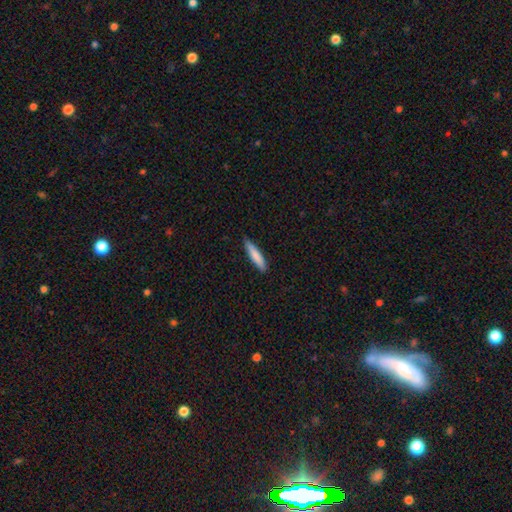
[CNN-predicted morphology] Smooth or featured?
  - smooth: 81% *
  - featured or disk: 13%
  - star or artifact: 5%
How rounded?
  - cigar-shaped: 86% *
  - in between: 13%
  - round: 1%
Merging?
  - none: 86% *
  - minor disturbance: 11%
  - major disturbance: 2%
  - merger: 1%